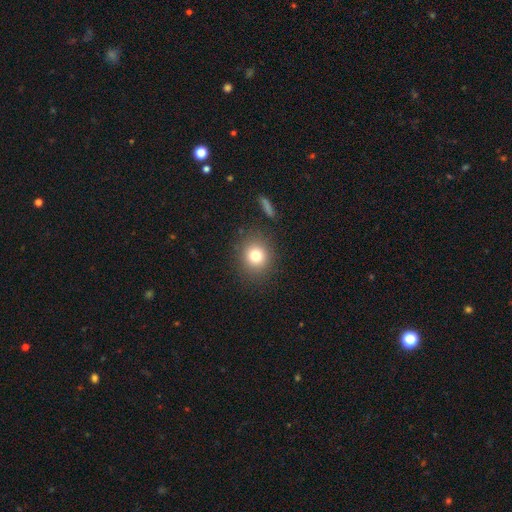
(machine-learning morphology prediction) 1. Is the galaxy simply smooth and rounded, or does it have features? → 78% smooth, 13% star or artifact, 9% featured or disk.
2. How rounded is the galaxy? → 84% round, 15% in between, 1% cigar-shaped.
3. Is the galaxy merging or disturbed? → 87% none, 8% minor disturbance, 3% major disturbance, 2% merger.